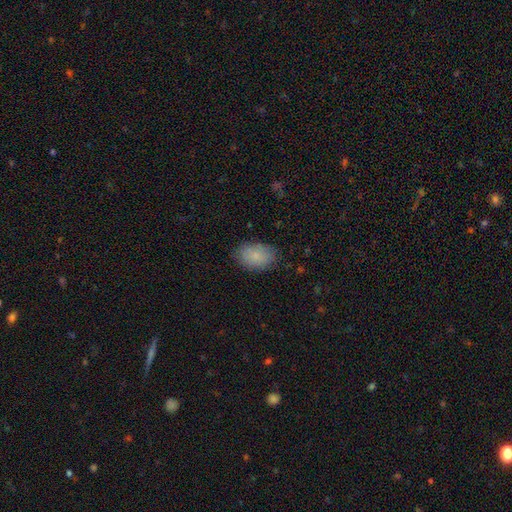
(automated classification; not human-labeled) smooth 85%, star or artifact 8%, featured or disk 7%. Down the decision tree: how rounded — in between (88%); merging — none (83%).